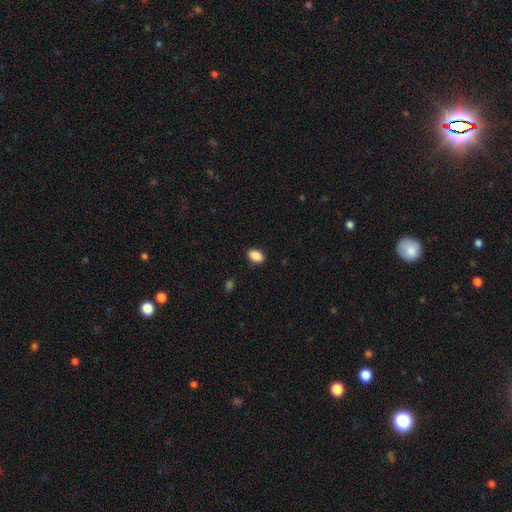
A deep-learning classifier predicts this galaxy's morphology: This appears to be a smooth galaxy with no disk features (89%) that is in between round and cigar-shaped (89%). Merging: none (88%).